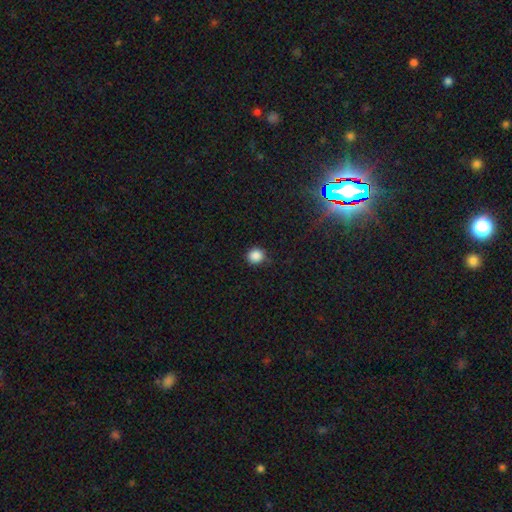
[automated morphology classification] smooth_or_featured: smooth (p=0.86) [alt: star or artifact p=0.11]
how_rounded: round (p=0.89) [alt: in between p=0.10]
merging: none (p=0.83) [alt: minor disturbance p=0.12]